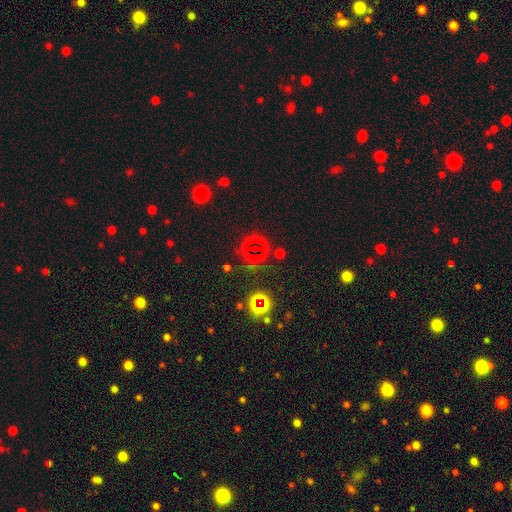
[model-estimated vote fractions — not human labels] Morphology: type=star or artifact (71%).